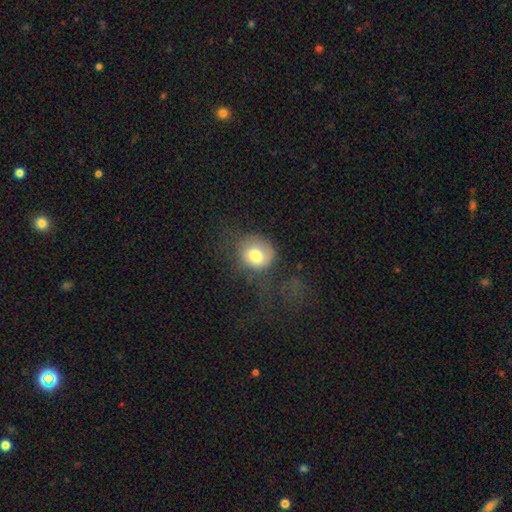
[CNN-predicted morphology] Overall: smooth (75%). How rounded: round (79%). Merging: none (46%; major disturbance 30%).